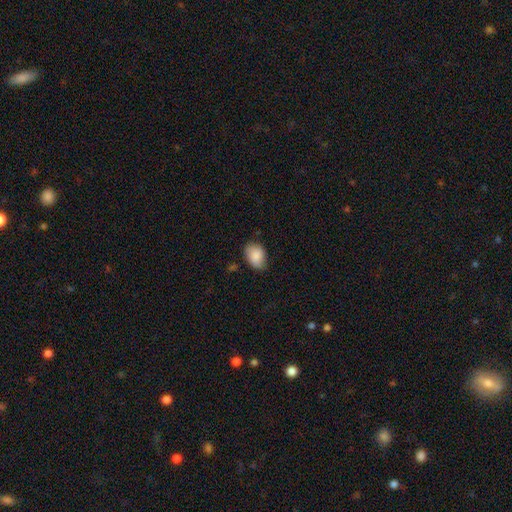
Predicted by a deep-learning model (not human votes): smooth_or_featured: smooth (p=0.86) [alt: featured or disk p=0.07]
how_rounded: in between (p=0.79) [alt: round p=0.20]
merging: none (p=0.69) [alt: minor disturbance p=0.25]